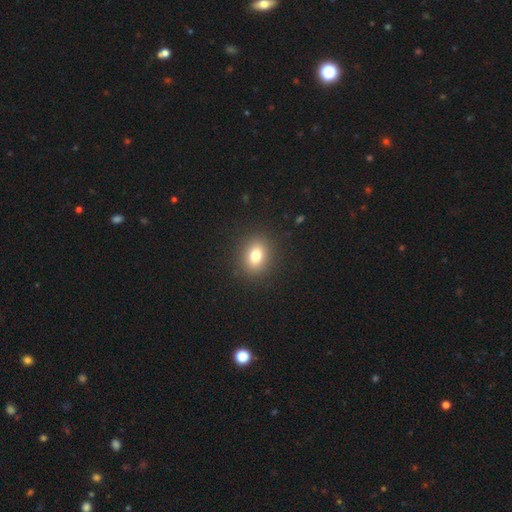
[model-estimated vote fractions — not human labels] Smooth or featured?
  - smooth: 78% *
  - star or artifact: 12%
  - featured or disk: 10%
How rounded?
  - in between: 51% *
  - round: 48%
  - cigar-shaped: 1%
Merging?
  - none: 89% *
  - minor disturbance: 7%
  - major disturbance: 3%
  - merger: 1%